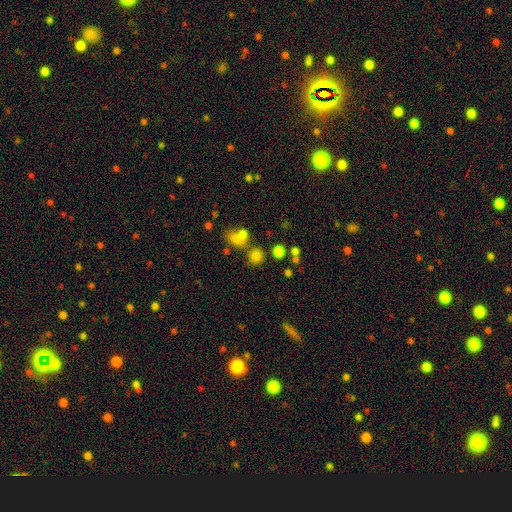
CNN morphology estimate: Q: Smooth or featured?
A: smooth (74%); runner-up: star or artifact (18%)
Q: How rounded?
A: round (83%); runner-up: in between (16%)
Q: Merging?
A: none (66%); runner-up: merger (21%)